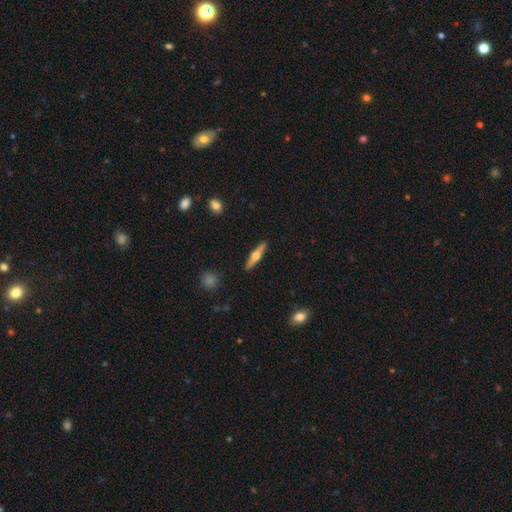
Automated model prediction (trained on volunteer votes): This is likely a featured or disk galaxy (60%). It is clearly viewed edge-on (96%). Edge-on bulge: clearly rounded (94%). Merging: clearly none (91%).